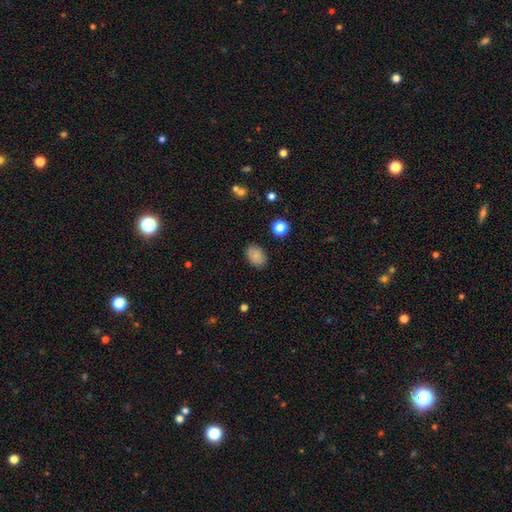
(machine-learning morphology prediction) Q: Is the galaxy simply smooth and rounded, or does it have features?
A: smooth — 85%.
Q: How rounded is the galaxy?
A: in between — 80%.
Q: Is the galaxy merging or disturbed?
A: none — 87%.